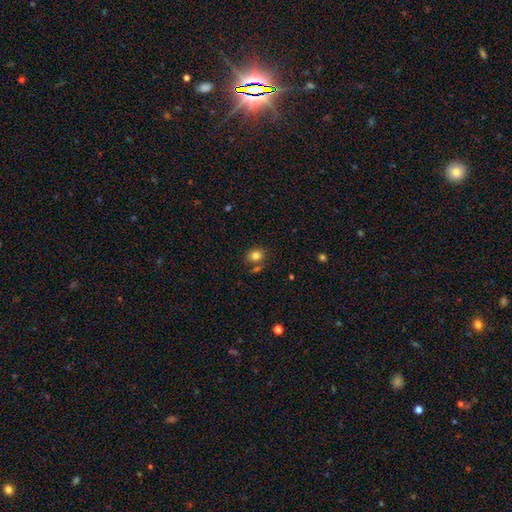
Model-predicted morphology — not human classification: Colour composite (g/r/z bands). It shows a smooth galaxy with no disk features (81%) that is round (57%). Merging: none (68%).